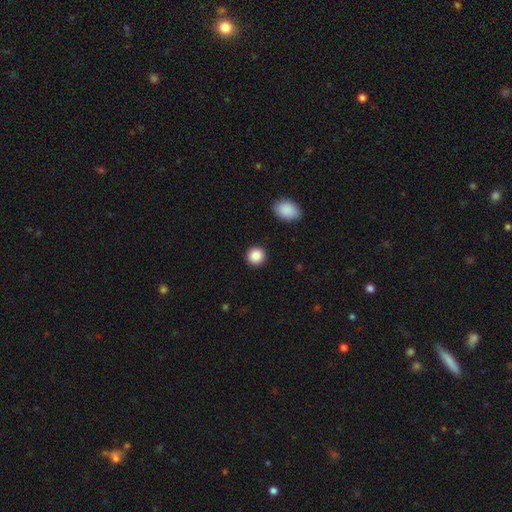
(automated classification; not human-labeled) smooth-or-featured: smooth: 88% | star or artifact: 9% | featured or disk: 3%
  how-rounded: round: 92% | in between: 7% | cigar-shaped: 1%
  merging: none: 91% | minor disturbance: 5% | major disturbance: 2% | merger: 1%